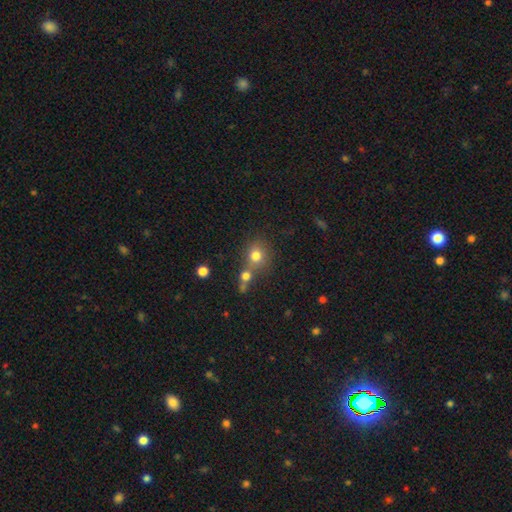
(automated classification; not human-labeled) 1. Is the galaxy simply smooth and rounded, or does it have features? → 77% smooth, 13% star or artifact, 10% featured or disk.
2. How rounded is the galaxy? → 80% round, 19% in between, 1% cigar-shaped.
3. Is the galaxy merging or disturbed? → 51% none, 35% merger, 10% minor disturbance, 5% major disturbance.